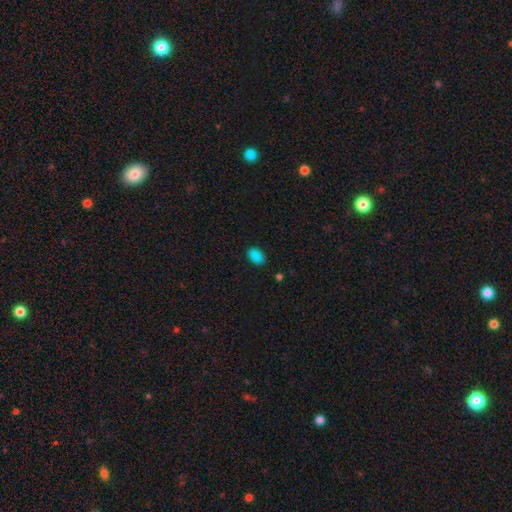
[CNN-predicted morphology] Smooth or featured: smooth — 86% (star or artifact — 11%)
How rounded: in between — 89% (round — 9%)
Merging: none — 87% (minor disturbance — 9%)